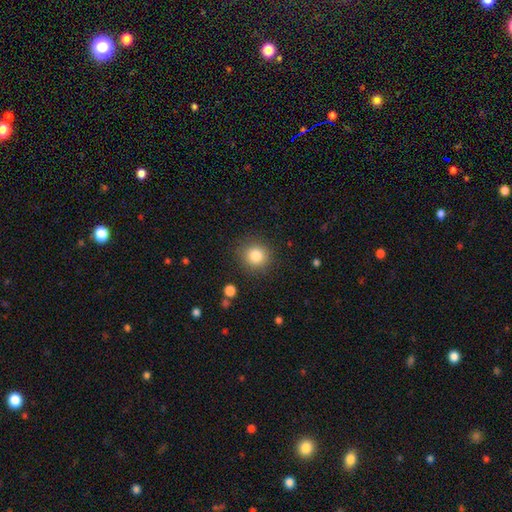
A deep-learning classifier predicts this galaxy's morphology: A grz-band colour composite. It shows a smooth galaxy with no disk features (84%) that is round (90%). Merging: none (87%).